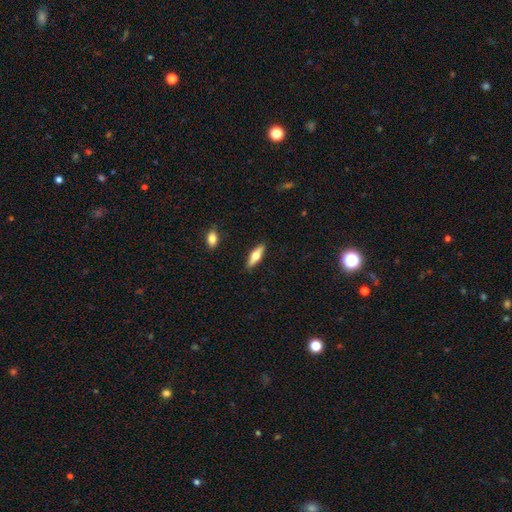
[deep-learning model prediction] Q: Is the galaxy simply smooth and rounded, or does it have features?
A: smooth — 54%.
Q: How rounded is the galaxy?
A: cigar-shaped — 53%.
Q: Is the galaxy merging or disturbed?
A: none — 88%.